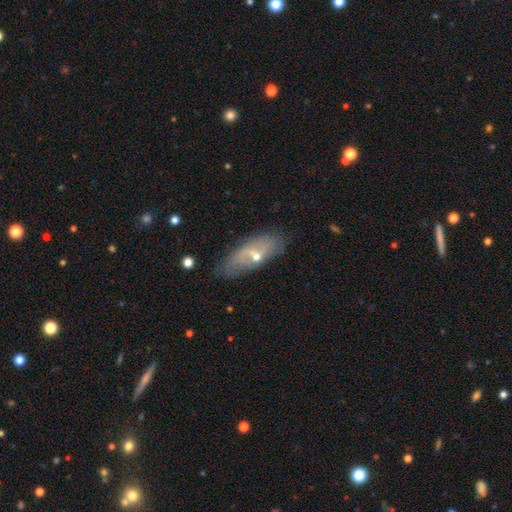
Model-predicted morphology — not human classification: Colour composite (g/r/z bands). It shows a featured or disk galaxy (55%). Merging: none (69%).